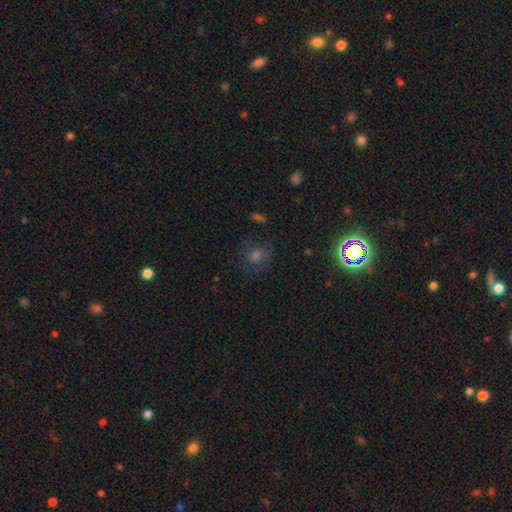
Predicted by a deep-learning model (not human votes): A smooth galaxy with no disk features (43%).

Vote fractions:
- Smooth or featured? smooth: 43% / star or artifact: 37% / featured or disk: 19%
- Merging? none: 77% / minor disturbance: 14% / major disturbance: 7% / merger: 2%